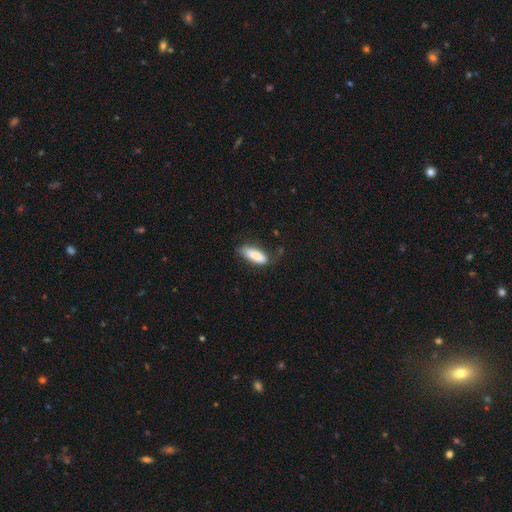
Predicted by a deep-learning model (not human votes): The model was most divided on "merging": none: 66%, minor disturbance: 25%, major disturbance: 6%, merger: 2%. More confident: smooth or featured — smooth (80%); how rounded — in between (74%).